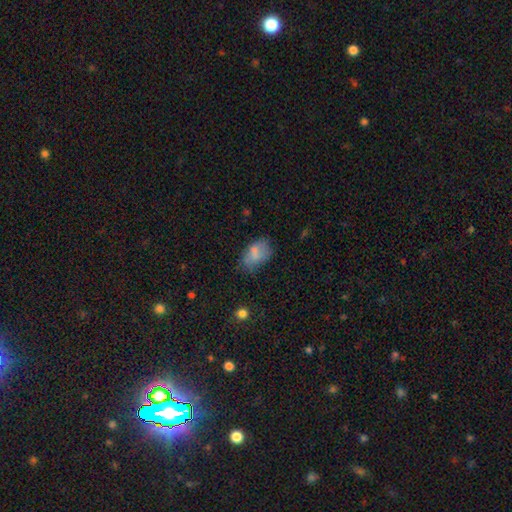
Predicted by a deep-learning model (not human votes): A smooth galaxy with no disk features (71%) that is in between round and cigar-shaped (88%). Merging: none (52%).